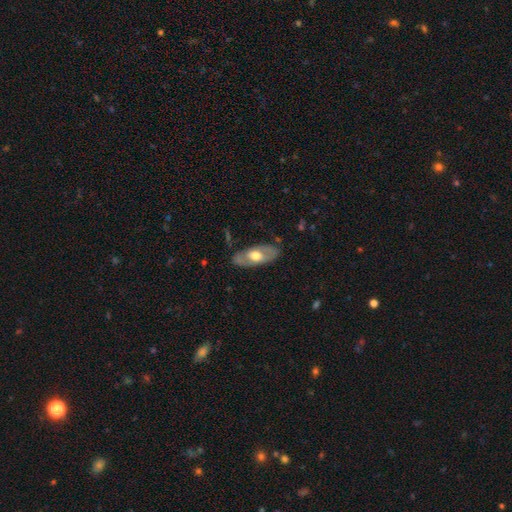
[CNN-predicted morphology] The model was most divided on "smooth or featured": featured or disk: 50%, smooth: 45%, star or artifact: 5%. More confident: merging — none (80%).